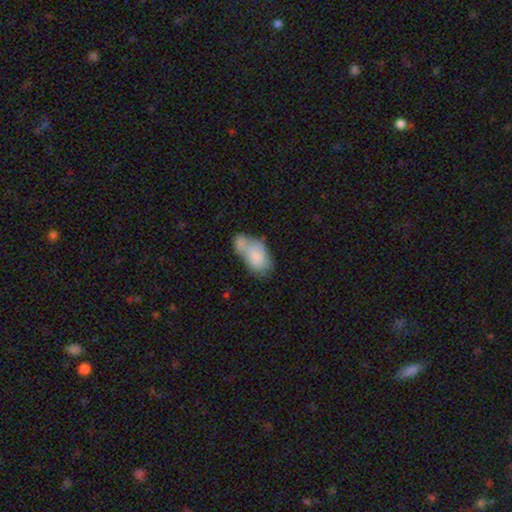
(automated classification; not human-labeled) smooth 74%, featured or disk 19%, star or artifact 7%. Down the decision tree: how rounded — in between (93%); merging — merger (42%).